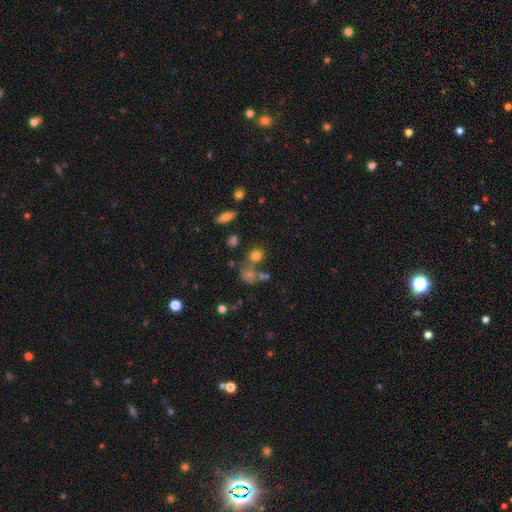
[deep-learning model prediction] Morphology: type=smooth (75%); roundness=round (77%); merging=none (60%).